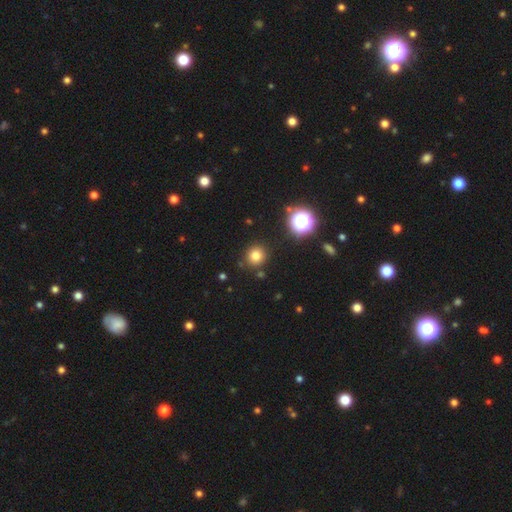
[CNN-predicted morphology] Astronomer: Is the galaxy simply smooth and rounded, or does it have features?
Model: smooth — 77%.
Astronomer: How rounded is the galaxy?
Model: round — 93%.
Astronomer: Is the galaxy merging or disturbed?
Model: none — 88%.